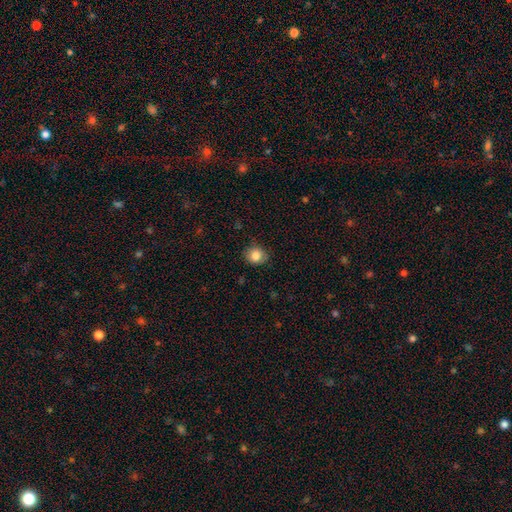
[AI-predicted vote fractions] Smooth or featured?
  - smooth: 85% *
  - star or artifact: 9%
  - featured or disk: 6%
How rounded?
  - round: 74% *
  - in between: 25%
  - cigar-shaped: 1%
Merging?
  - none: 83% *
  - minor disturbance: 14%
  - major disturbance: 3%
  - merger: 1%